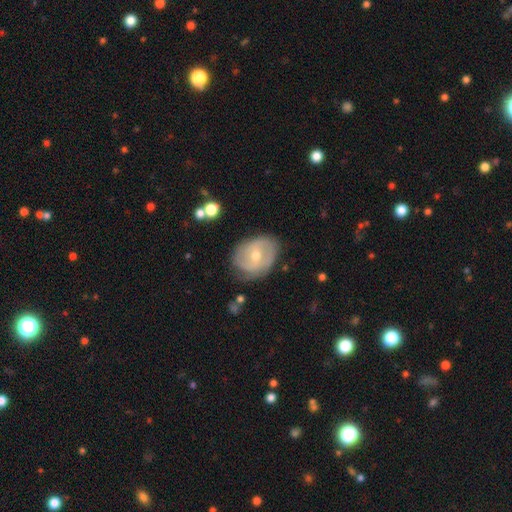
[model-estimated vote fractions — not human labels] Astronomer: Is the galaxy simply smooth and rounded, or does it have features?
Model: featured or disk — 68%.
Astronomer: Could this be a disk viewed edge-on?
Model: no — 96%.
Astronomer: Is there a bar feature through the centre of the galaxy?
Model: weak — 44% (runner-up: no, 43%).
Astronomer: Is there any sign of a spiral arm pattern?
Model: yes — 77%.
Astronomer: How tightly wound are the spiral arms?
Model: tight — 42% (runner-up: medium, 39%).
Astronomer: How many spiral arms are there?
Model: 2 — 57%.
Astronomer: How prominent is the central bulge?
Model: moderate — 55% (runner-up: small, 42%).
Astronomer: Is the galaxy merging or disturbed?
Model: none — 71%.